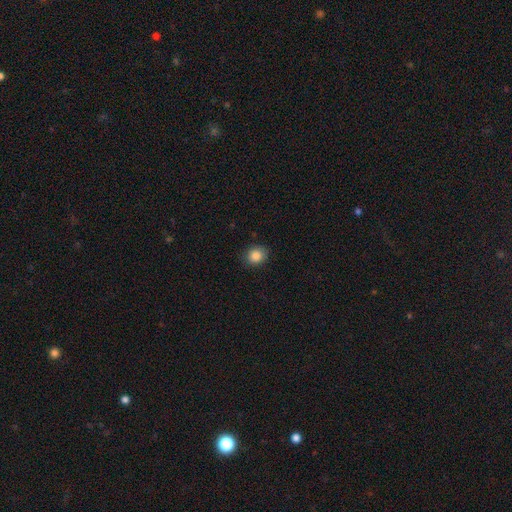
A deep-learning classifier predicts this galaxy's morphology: type=smooth (86%); roundness=round (66%); merging=none (85%).